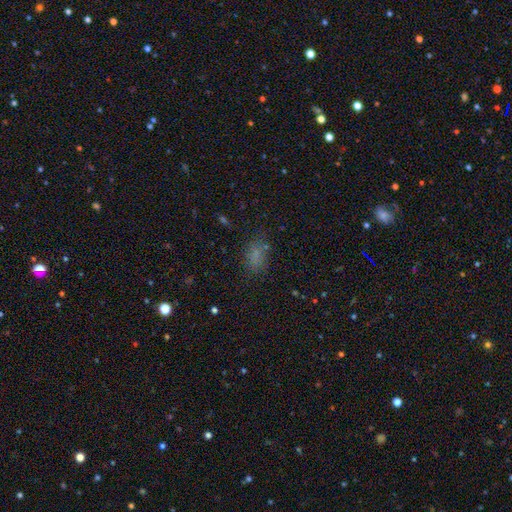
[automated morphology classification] smooth 73%, star or artifact 18%, featured or disk 9%. Down the decision tree: how rounded — in between (85%); merging — none (69%).